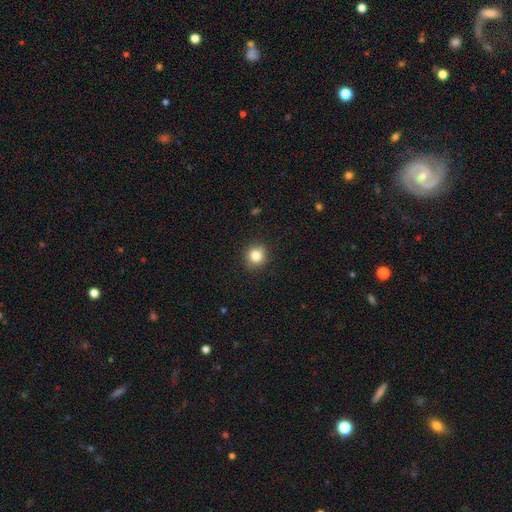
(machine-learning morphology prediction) smooth-or-featured: smooth: 82% | star or artifact: 11% | featured or disk: 6%
  how-rounded: round: 89% | in between: 10% | cigar-shaped: 1%
  merging: none: 89% | minor disturbance: 8% | major disturbance: 2% | merger: 1%